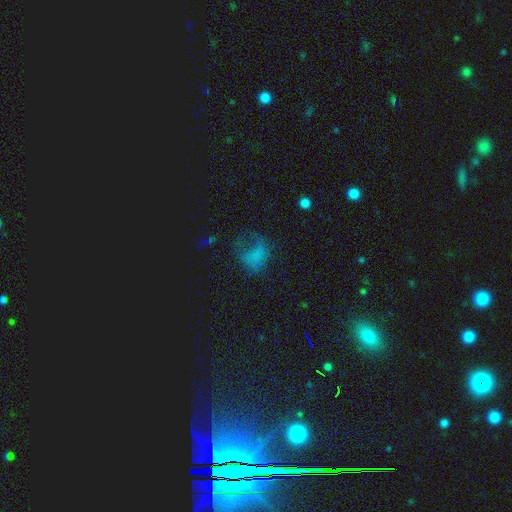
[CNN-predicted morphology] A smooth galaxy with no disk features (59%) that is in between round and cigar-shaped (62%). Merging: major disturbance (43%).